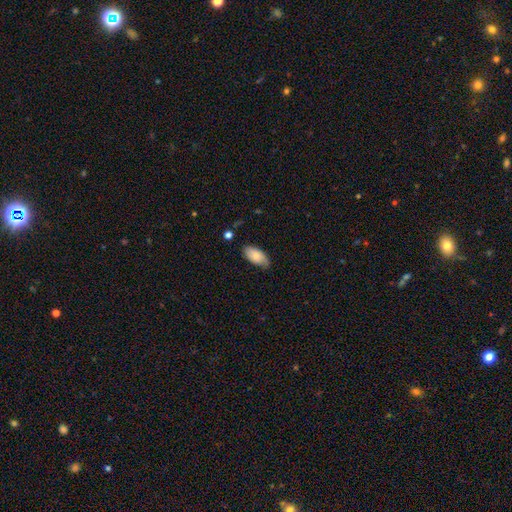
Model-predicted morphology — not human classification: The model was most divided on "merging": none: 72%, minor disturbance: 23%, major disturbance: 4%, merger: 2%. More confident: how rounded — in between (93%); smooth or featured — smooth (82%).